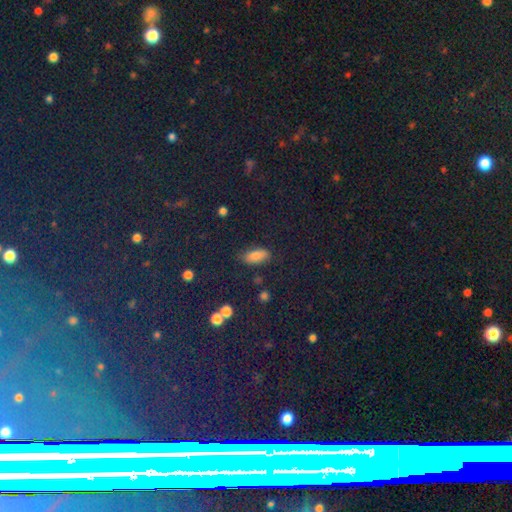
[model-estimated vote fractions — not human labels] This appears to be a smooth galaxy with no disk features (72%) that is in between round and cigar-shaped (80%). Merging: none (82%).